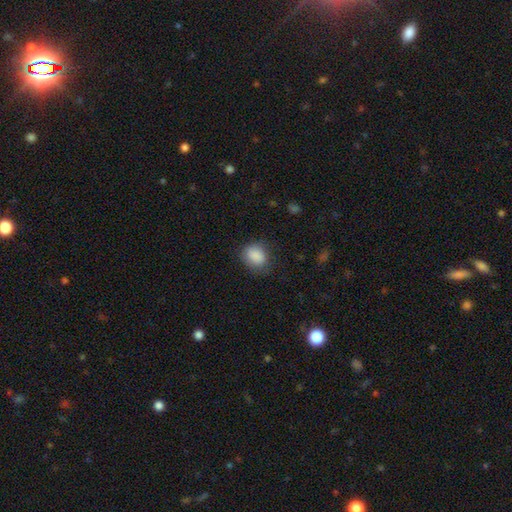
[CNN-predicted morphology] Q: Smooth or featured?
A: smooth (88%); runner-up: star or artifact (8%)
Q: How rounded?
A: round (51%); runner-up: in between (48%)
Q: Merging?
A: none (77%); runner-up: minor disturbance (17%)